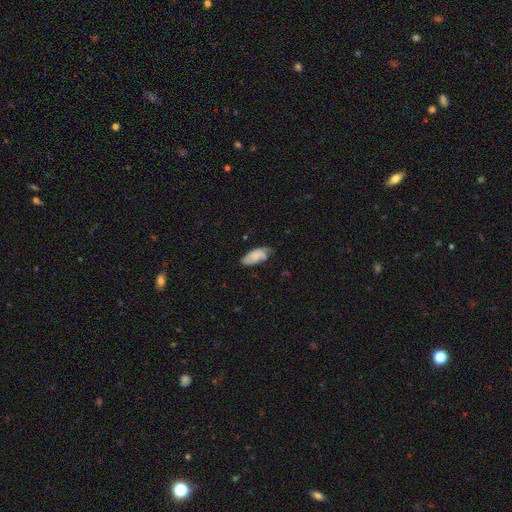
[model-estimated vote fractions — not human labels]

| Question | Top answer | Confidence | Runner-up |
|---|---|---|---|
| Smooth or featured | smooth | 61% | featured or disk (31%) |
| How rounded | in between | 87% | cigar-shaped (11%) |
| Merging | none | 54% | minor disturbance (32%) |